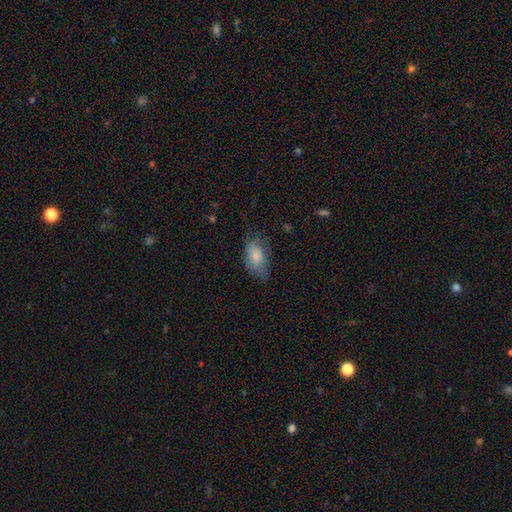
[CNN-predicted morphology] smooth_or_featured: smooth (p=0.81) [alt: featured or disk p=0.12]
how_rounded: in between (p=0.92) [alt: round p=0.05]
merging: none (p=0.59) [alt: minor disturbance p=0.29]